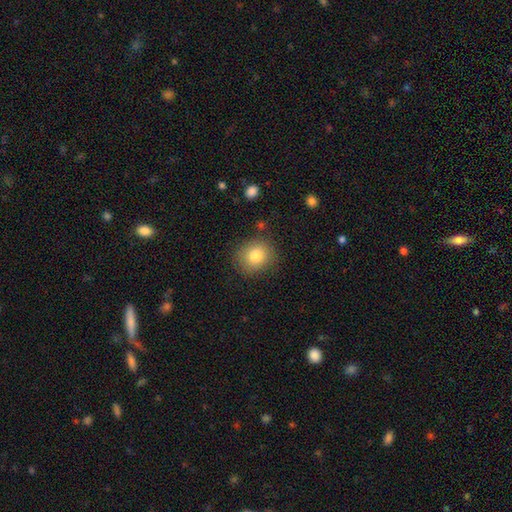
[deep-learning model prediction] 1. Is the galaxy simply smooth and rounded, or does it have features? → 80% smooth, 10% star or artifact, 10% featured or disk.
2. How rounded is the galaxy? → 78% round, 21% in between, 1% cigar-shaped.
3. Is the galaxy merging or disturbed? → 83% none, 11% minor disturbance, 3% major disturbance, 2% merger.